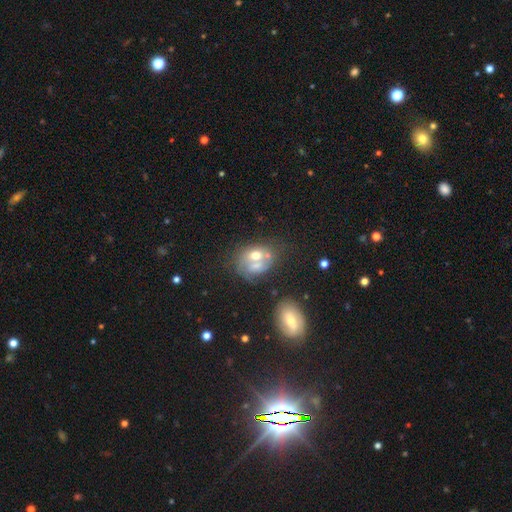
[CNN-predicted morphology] Smooth or featured? smooth (48%)
Merging? merger (46%)